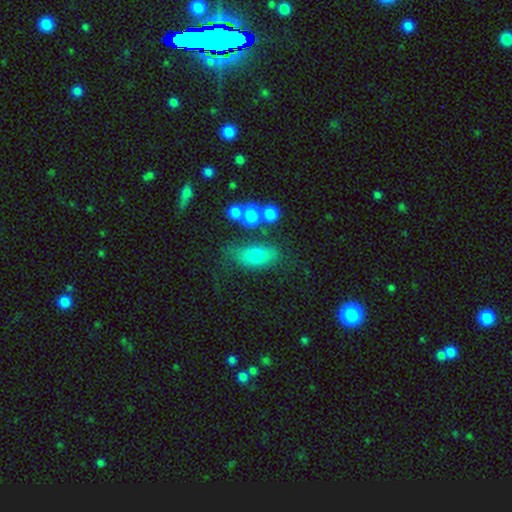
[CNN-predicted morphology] smooth 70%, featured or disk 19%, star or artifact 11%. Down the decision tree: how rounded — in between (79%); merging — none (56%).